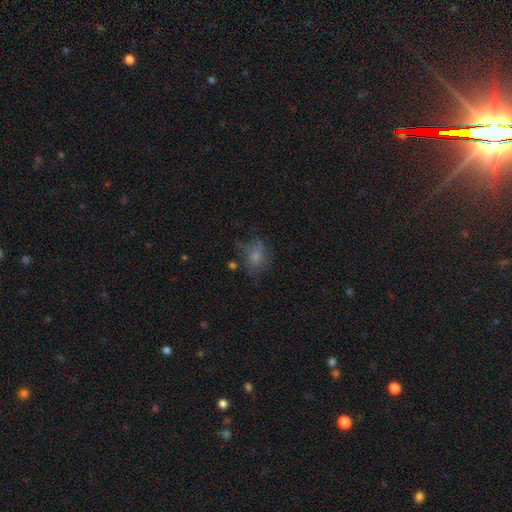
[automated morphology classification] This is possibly a smooth galaxy (51%). How rounded: possibly in between (57%). Merging: possibly none (46%).